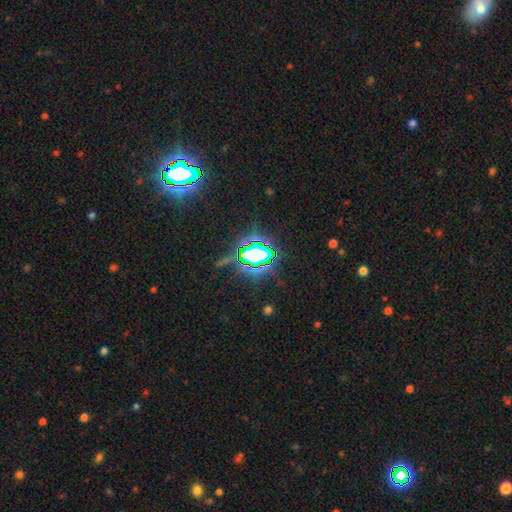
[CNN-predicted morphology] type=star or artifact (73%).